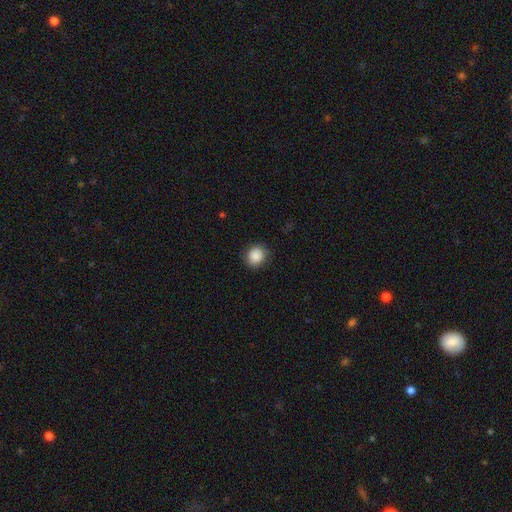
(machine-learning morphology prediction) A smooth galaxy with no disk features (88%) that is round (82%).

Vote fractions:
- Smooth or featured? smooth: 88% / star or artifact: 8% / featured or disk: 4%
- How rounded? round: 82% / in between: 17% / cigar-shaped: 1%
- Merging? none: 84% / minor disturbance: 12% / major disturbance: 3% / merger: 1%